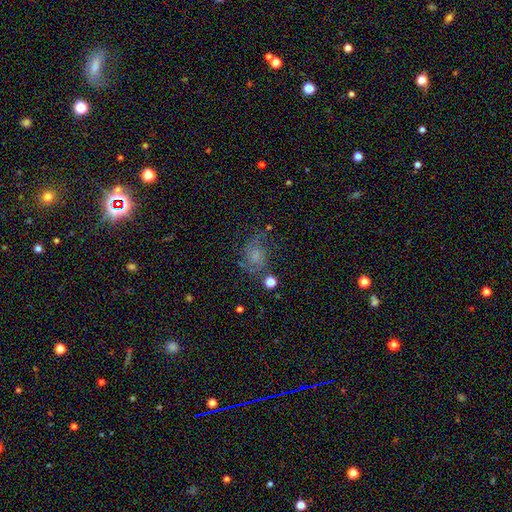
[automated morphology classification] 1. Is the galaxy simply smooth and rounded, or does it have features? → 41% smooth, 36% featured or disk, 23% star or artifact.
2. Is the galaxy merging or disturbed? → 51% none, 23% minor disturbance, 21% major disturbance, 5% merger.